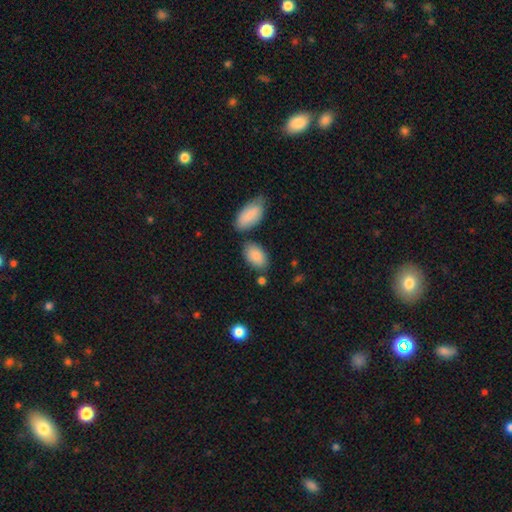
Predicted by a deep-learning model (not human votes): smooth-or-featured: smooth: 88% | star or artifact: 6% | featured or disk: 6%
  how-rounded: in between: 93% | round: 5% | cigar-shaped: 2%
  merging: none: 70% | minor disturbance: 15% | merger: 11% | major disturbance: 4%